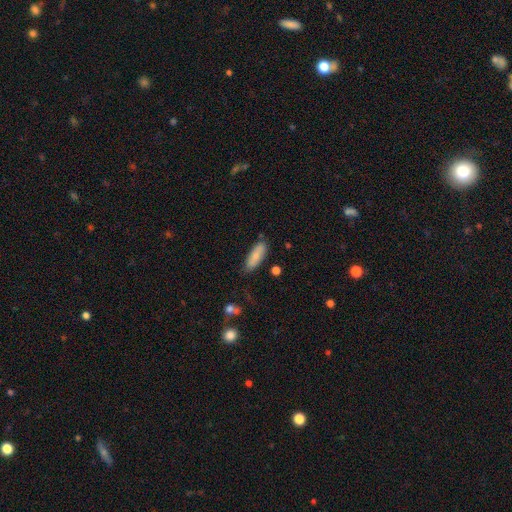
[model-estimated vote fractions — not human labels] Morphology: type=smooth (82%); roundness=in between (55%); merging=none (77%).